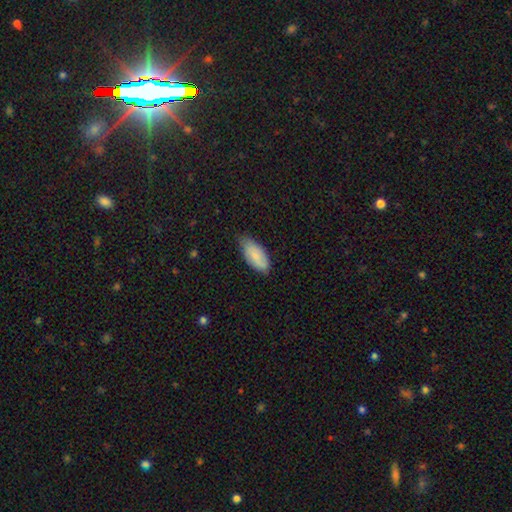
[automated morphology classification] Smooth or featured?
  - smooth: 78% *
  - featured or disk: 16%
  - star or artifact: 6%
How rounded?
  - in between: 89% *
  - cigar-shaped: 9%
  - round: 2%
Merging?
  - none: 65% *
  - minor disturbance: 29%
  - major disturbance: 4%
  - merger: 1%